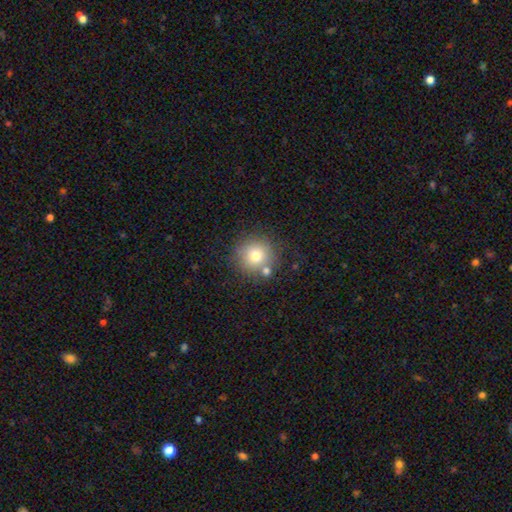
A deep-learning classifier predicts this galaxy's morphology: smooth_or_featured: smooth (p=0.75) [alt: featured or disk p=0.13]
how_rounded: round (p=0.93) [alt: in between p=0.06]
merging: none (p=0.72) [alt: merger p=0.14]